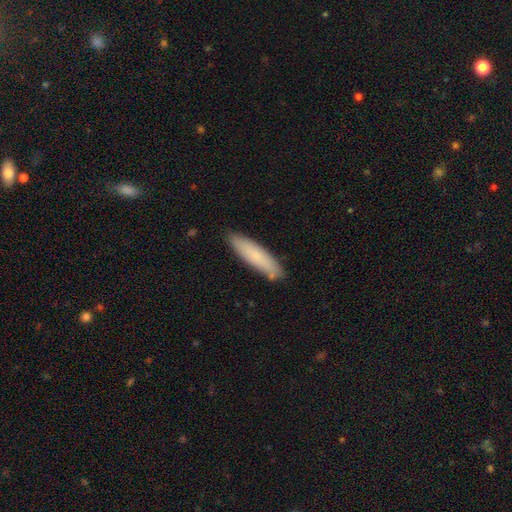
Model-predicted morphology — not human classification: This appears to be a smooth galaxy with no disk features (77%) that is cigar-shaped (75%). Merging: none (86%).